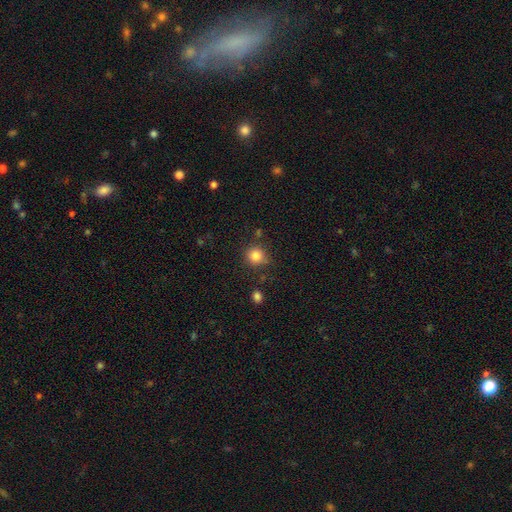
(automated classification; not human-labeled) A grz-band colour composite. It shows a smooth galaxy with no disk features (83%) that is round (92%). Merging: none (82%).